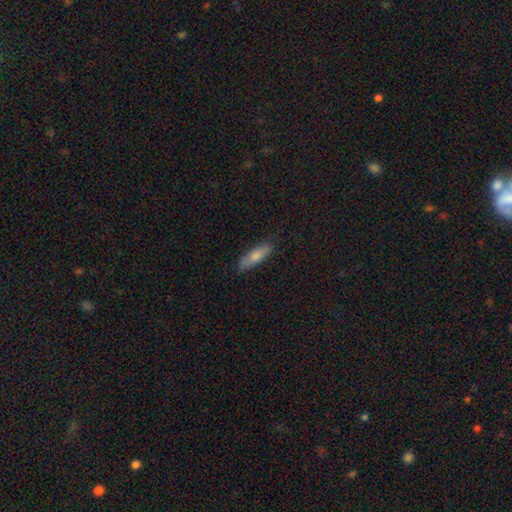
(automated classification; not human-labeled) This appears to be a smooth galaxy with no disk features (70%) that is cigar-shaped (66%). Merging: none (82%).